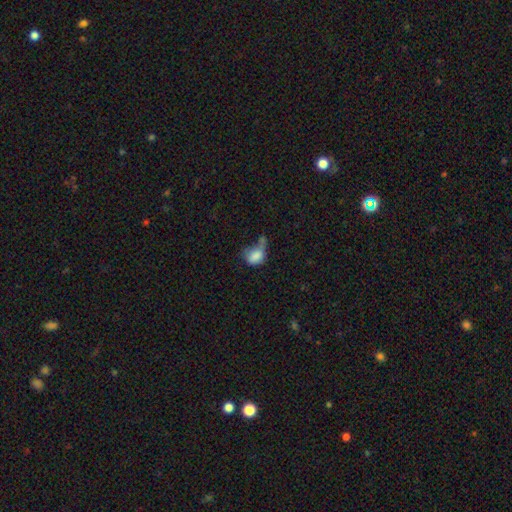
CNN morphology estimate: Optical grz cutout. It shows a smooth galaxy with no disk features (76%) that is in between round and cigar-shaped (65%). Merging: major disturbance (36%).